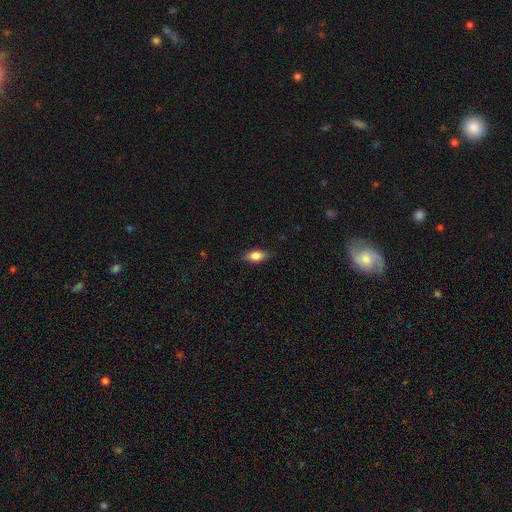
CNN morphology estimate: The model was most divided on "smooth or featured": smooth: 82%, featured or disk: 11%, star or artifact: 7%. More confident: how rounded — in between (86%); merging — none (84%).